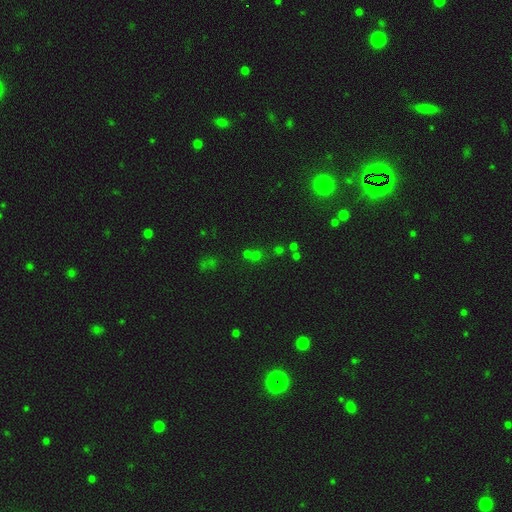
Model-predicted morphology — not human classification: smooth-or-featured: smooth: 46% | star or artifact: 43% | featured or disk: 11%
  merging: none: 56% | merger: 32% | minor disturbance: 8% | major disturbance: 5%